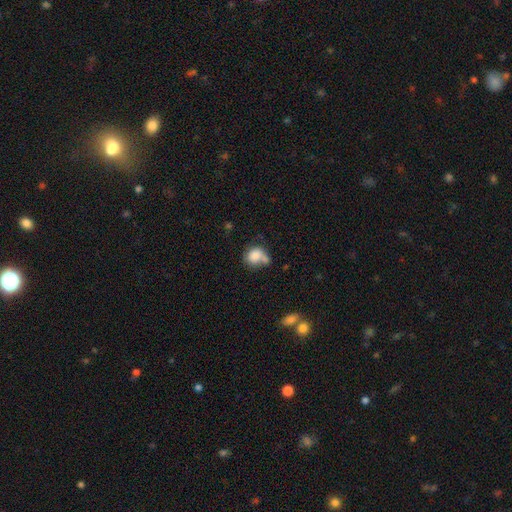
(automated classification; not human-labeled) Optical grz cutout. It shows a smooth galaxy with no disk features (80%) that is round (56%). Merging: none (35%).